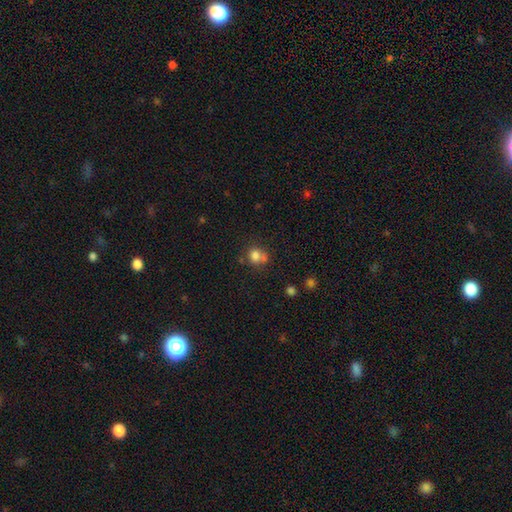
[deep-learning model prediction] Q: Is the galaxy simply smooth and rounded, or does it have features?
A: smooth — 76%.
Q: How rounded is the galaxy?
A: round — 77%.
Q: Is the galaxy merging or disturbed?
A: none — 48%.